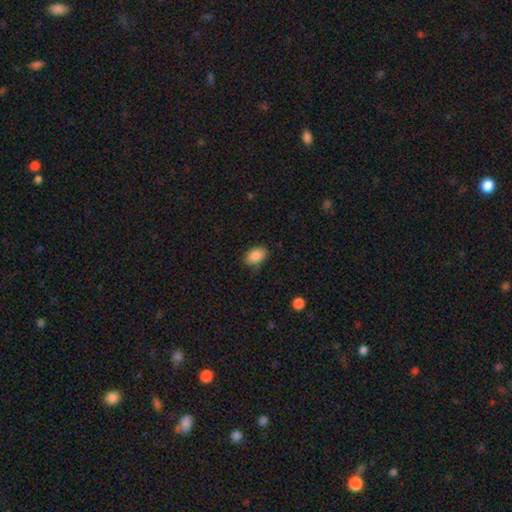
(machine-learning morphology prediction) Smooth or featured? Predicted: smooth (p=0.87). How rounded? Predicted: in between (p=0.85). Merging? Predicted: none (p=0.80).